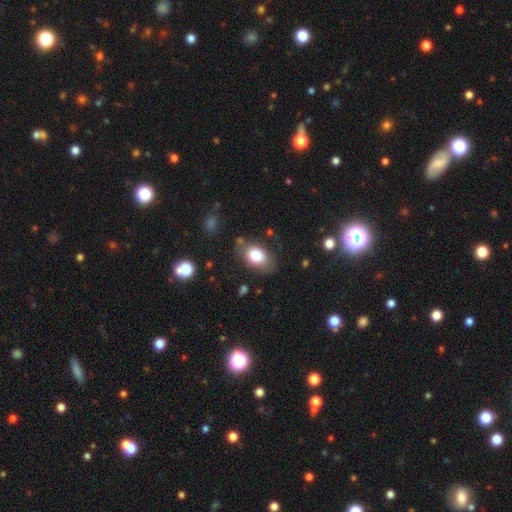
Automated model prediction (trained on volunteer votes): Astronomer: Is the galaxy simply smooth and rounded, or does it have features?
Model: smooth — 80%.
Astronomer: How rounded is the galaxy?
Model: in between — 86%.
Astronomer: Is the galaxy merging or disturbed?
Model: none — 72%.